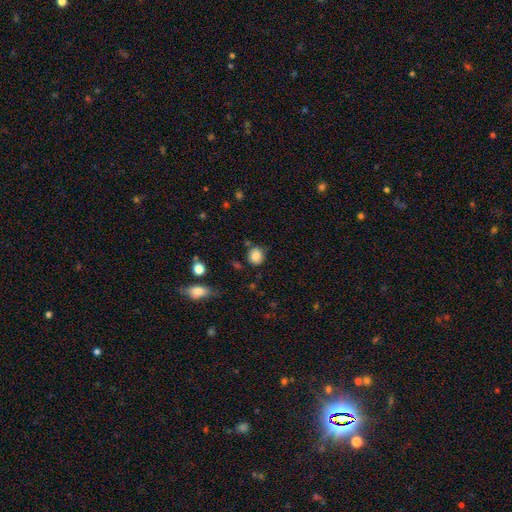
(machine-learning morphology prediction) type=smooth (86%); roundness=round (79%); merging=none (78%).